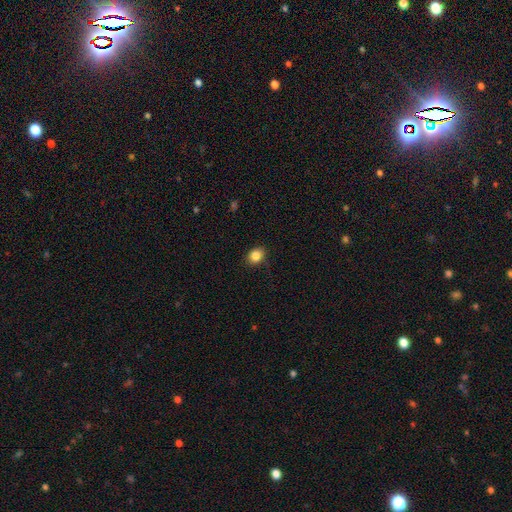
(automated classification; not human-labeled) Overall: smooth (86%). How rounded: round (56%; in between 43%). Merging: none (85%).